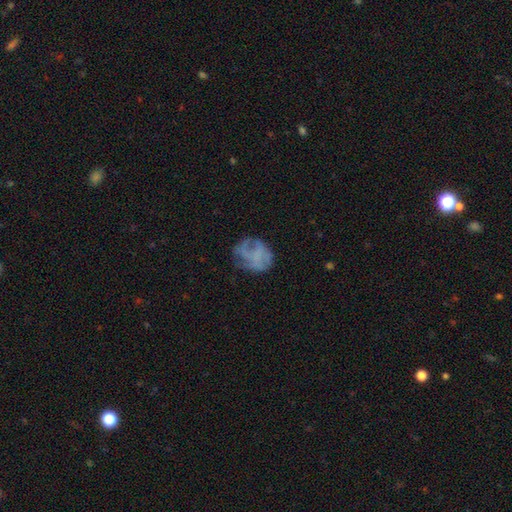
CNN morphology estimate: Smooth or featured?
  - featured or disk: 48% *
  - smooth: 39%
  - star or artifact: 12%
Merging?
  - none: 51% *
  - minor disturbance: 24%
  - major disturbance: 22%
  - merger: 2%